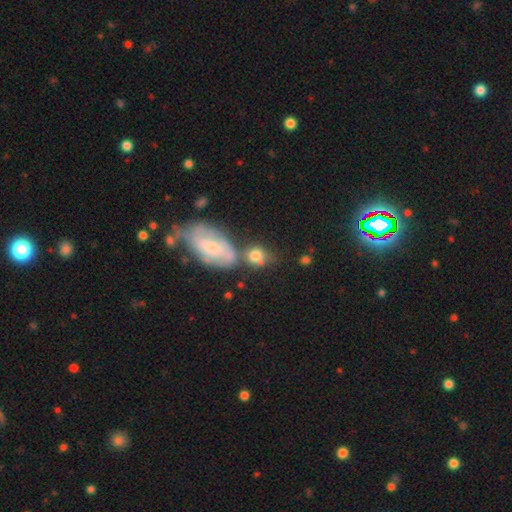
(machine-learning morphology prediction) A smooth galaxy with no disk features (68%) that is round (59%). Merging: none (42%).